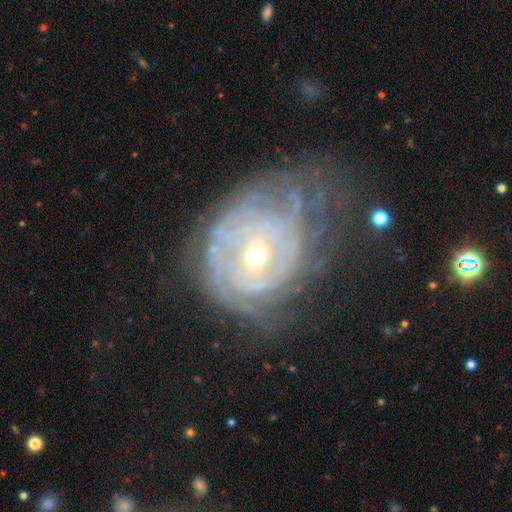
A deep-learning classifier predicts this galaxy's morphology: Q: Smooth or featured?
A: featured or disk (84%); runner-up: smooth (9%)
Q: Edge-on disk?
A: no (96%); runner-up: yes (4%)
Q: Bar?
A: no (72%); runner-up: weak (21%)
Q: Spiral arms?
A: yes (89%); runner-up: no (11%)
Q: Spiral winding?
A: tight (78%); runner-up: medium (17%)
Q: Spiral arm count?
A: can't tell (48%); runner-up: 2 (14%)
Q: Bulge size?
A: small (60%); runner-up: moderate (37%)
Q: Merging?
A: none (47%); runner-up: minor disturbance (26%)